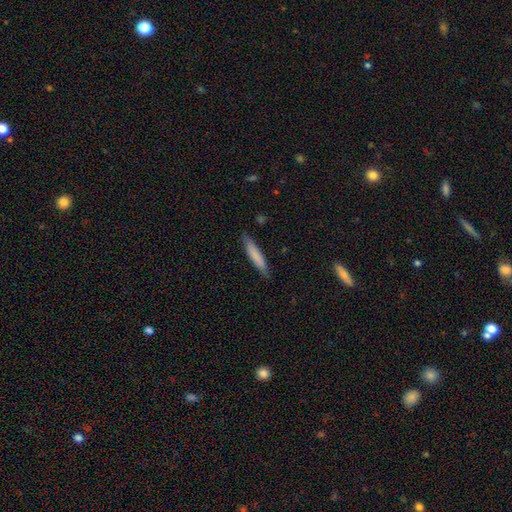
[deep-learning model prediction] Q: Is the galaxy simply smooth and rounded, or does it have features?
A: smooth — 77%.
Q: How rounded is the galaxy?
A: cigar-shaped — 88%.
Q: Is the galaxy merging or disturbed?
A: none — 83%.